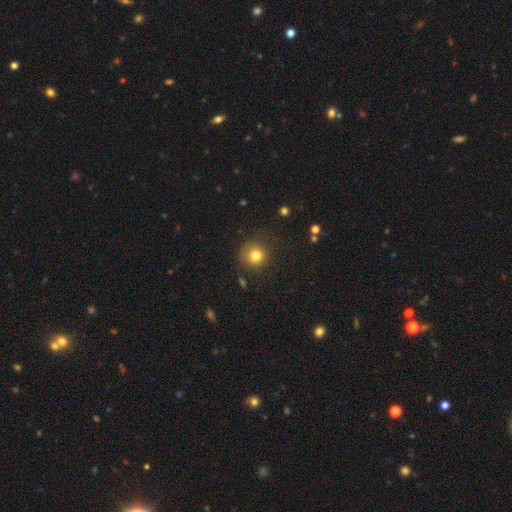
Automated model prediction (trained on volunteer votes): Smooth or featured? smooth (79%)
How rounded? round (92%)
Merging? none (82%)